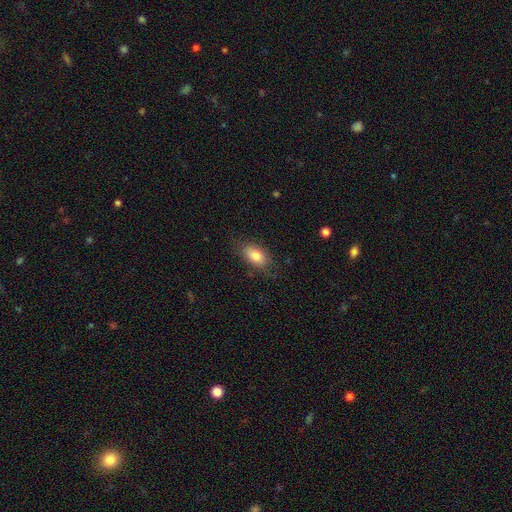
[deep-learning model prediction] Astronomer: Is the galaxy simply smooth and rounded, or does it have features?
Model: smooth — 80%.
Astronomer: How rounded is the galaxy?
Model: in between — 89%.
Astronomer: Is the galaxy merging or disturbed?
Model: none — 79%.